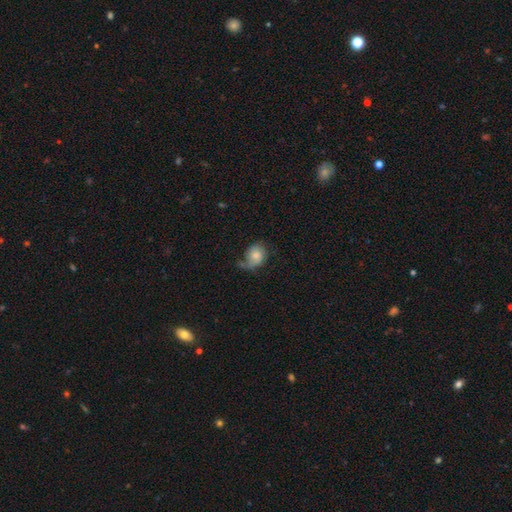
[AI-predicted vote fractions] smooth-or-featured: smooth: 56% | featured or disk: 36% | star or artifact: 8%
  how-rounded: round: 52% | in between: 47% | cigar-shaped: 1%
  merging: none: 37% | minor disturbance: 31% | major disturbance: 27% | merger: 4%